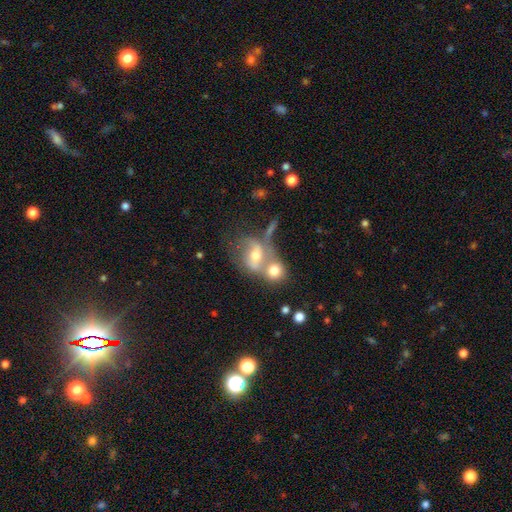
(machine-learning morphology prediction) smooth-or-featured: featured or disk: 52% | smooth: 37% | star or artifact: 10%
  disk-edge-on: no: 93% | yes: 7%
  merging: merger: 57% | none: 24% | minor disturbance: 10% | major disturbance: 10%